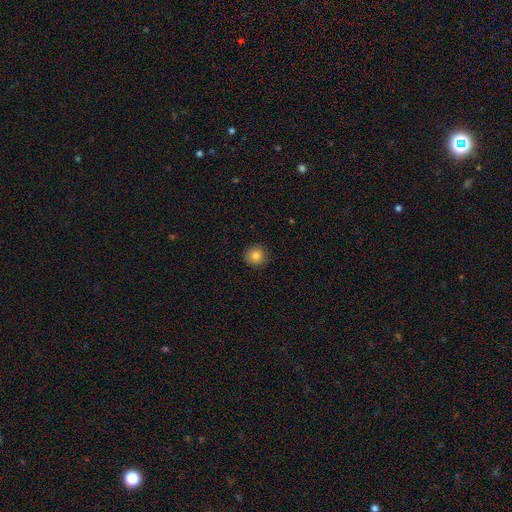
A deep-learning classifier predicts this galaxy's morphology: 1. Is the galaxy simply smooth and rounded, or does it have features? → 84% smooth, 10% star or artifact, 6% featured or disk.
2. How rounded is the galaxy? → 92% round, 7% in between, 1% cigar-shaped.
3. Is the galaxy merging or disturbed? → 89% none, 8% minor disturbance, 2% major disturbance, 1% merger.